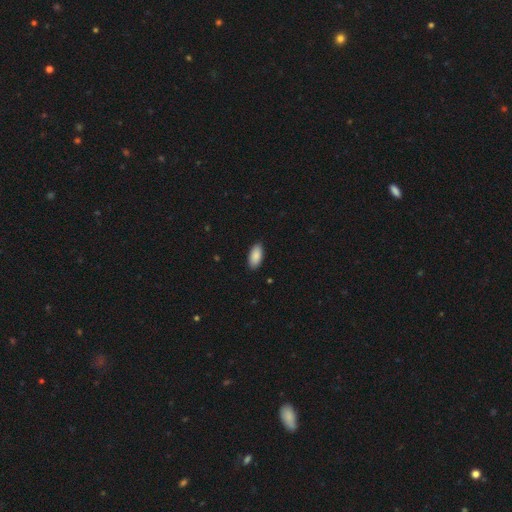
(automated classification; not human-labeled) The model was most divided on "merging": none: 88%, minor disturbance: 9%, major disturbance: 2%, merger: 1%. More confident: how rounded — in between (93%); smooth or featured — smooth (89%).